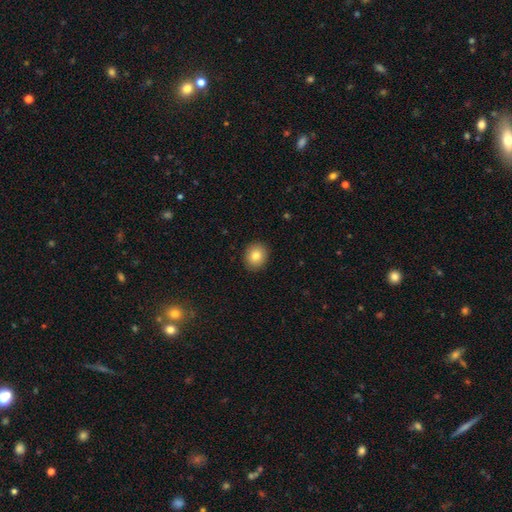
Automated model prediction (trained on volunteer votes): smooth 82%, star or artifact 9%, featured or disk 9%. Down the decision tree: how rounded — round (75%); merging — none (91%).